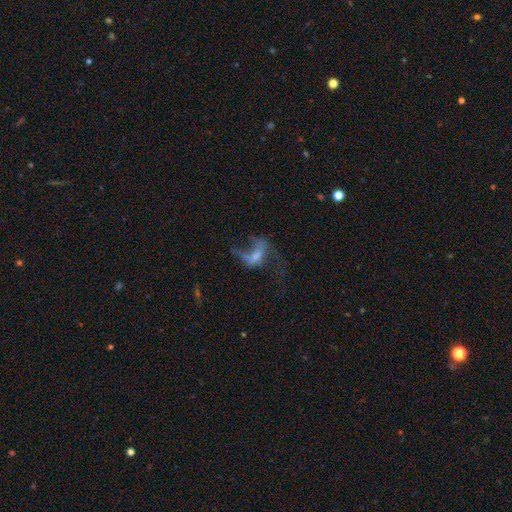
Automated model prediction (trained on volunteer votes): featured or disk 67%, smooth 18%, star or artifact 15%. Down the decision tree: edge-on disk — no (94%); bar — no (46%); spiral arms — yes (65%); bulge size — small (45%); merging — major disturbance (44%).